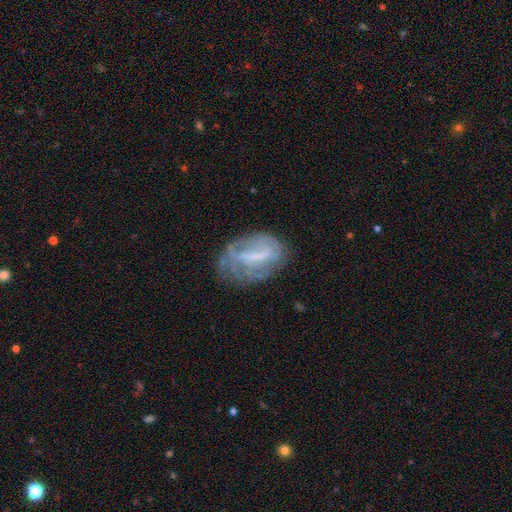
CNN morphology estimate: Q: Smooth or featured?
A: featured or disk (61%); runner-up: smooth (29%)
Q: Edge-on disk?
A: no (94%); runner-up: yes (6%)
Q: Bar?
A: strong (44%); runner-up: weak (38%)
Q: Spiral arms?
A: no (52%); runner-up: yes (48%)
Q: Bulge size?
A: none (41%); runner-up: small (32%)
Q: Merging?
A: none (51%); runner-up: minor disturbance (27%)